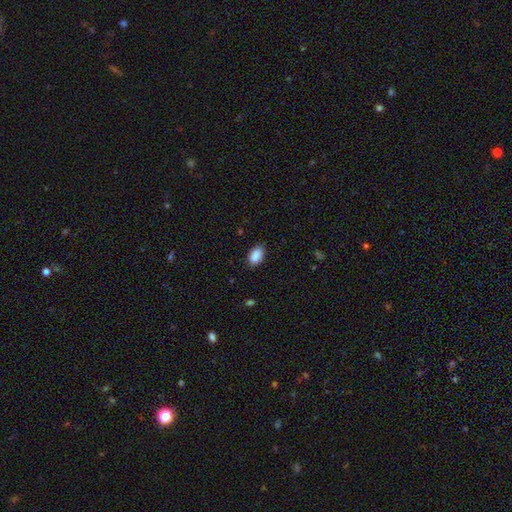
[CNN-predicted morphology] A smooth galaxy with no disk features (90%) that is in between round and cigar-shaped (92%).

Vote fractions:
- Smooth or featured? smooth: 90% / star or artifact: 7% / featured or disk: 3%
- How rounded? in between: 92% / round: 6% / cigar-shaped: 1%
- Merging? none: 86% / minor disturbance: 11% / major disturbance: 2% / merger: 1%